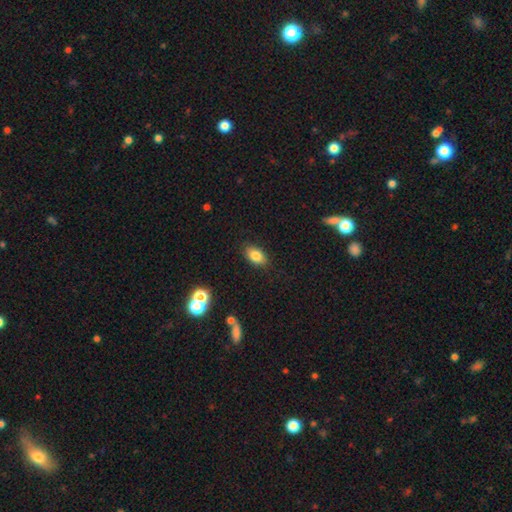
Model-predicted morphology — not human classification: This is clearly a smooth galaxy (82%). How rounded: clearly in between (88%). Merging: clearly none (87%).